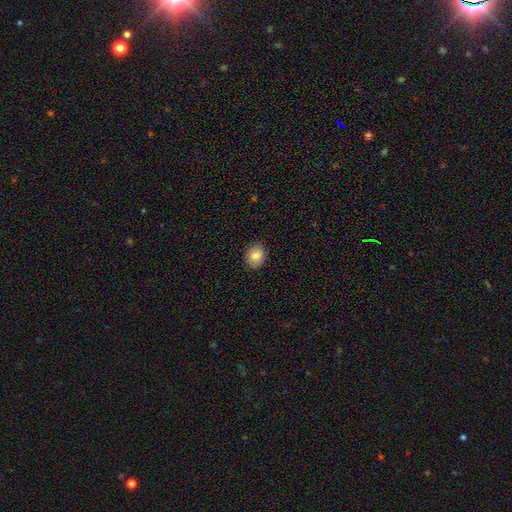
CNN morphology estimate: Smooth or featured? smooth (86%)
How rounded? round (53%)
Merging? none (88%)